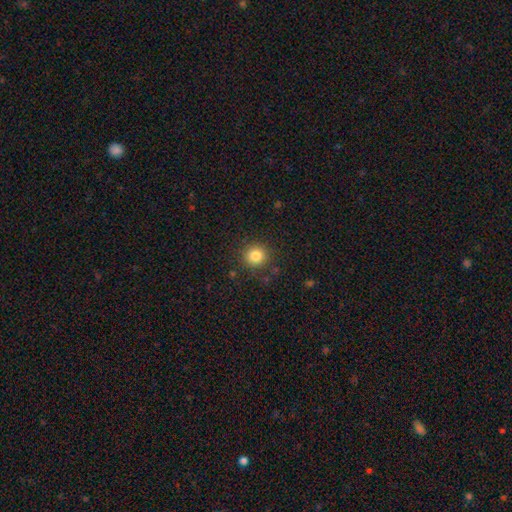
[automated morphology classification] Smooth or featured? Predicted: smooth (p=0.83). How rounded? Predicted: round (p=0.92). Merging? Predicted: none (p=0.87).